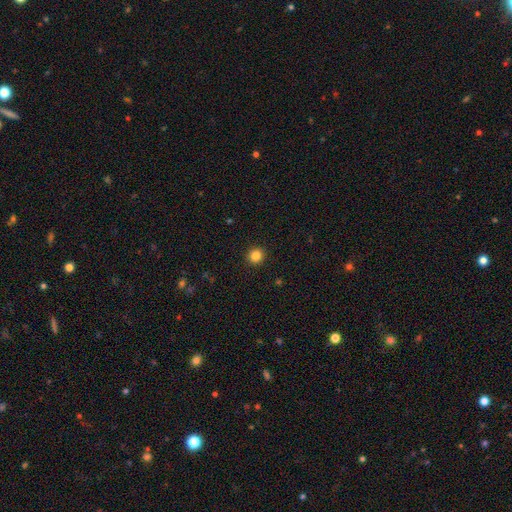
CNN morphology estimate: smooth 84%, star or artifact 11%, featured or disk 4%. Down the decision tree: how rounded — round (93%); merging — none (93%).